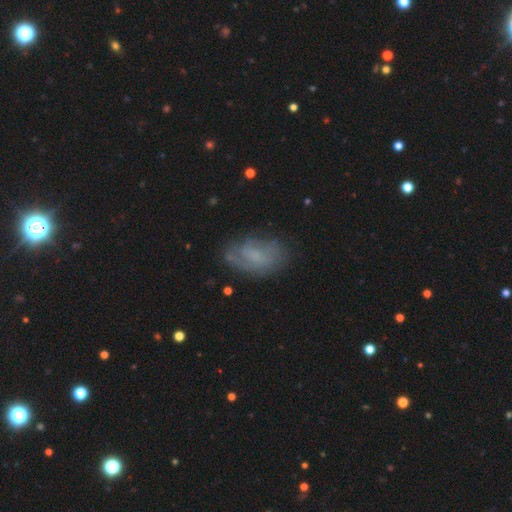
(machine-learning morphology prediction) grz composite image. It shows a smooth galaxy with no disk features (47%). Merging: none (63%).